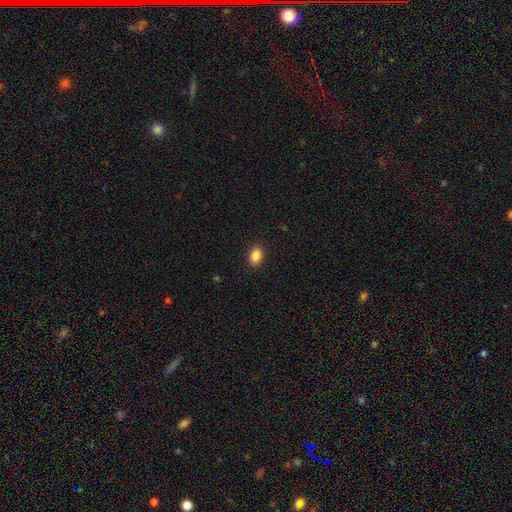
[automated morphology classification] Smooth or featured: smooth — 87% (star or artifact — 9%)
How rounded: in between — 84% (round — 14%)
Merging: none — 90% (minor disturbance — 7%)